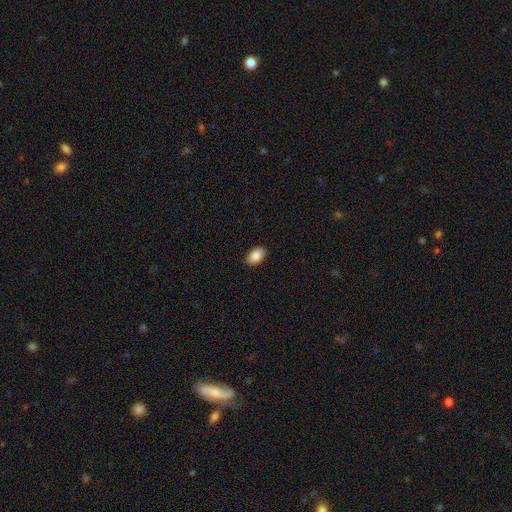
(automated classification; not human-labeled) The model was most divided on "smooth or featured": smooth: 86%, star or artifact: 7%, featured or disk: 6%. More confident: how rounded — in between (92%); merging — none (90%).